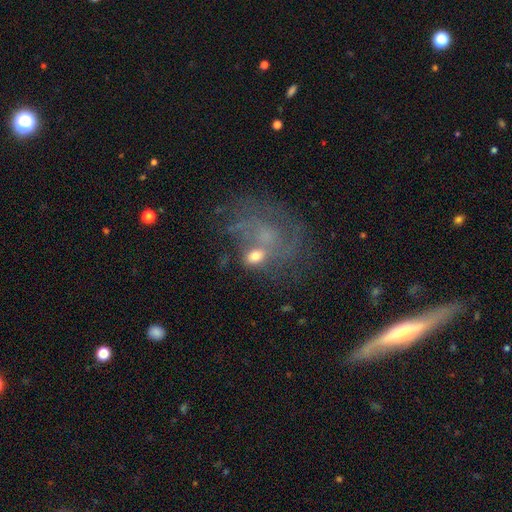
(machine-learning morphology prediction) This is marginally a smooth galaxy (45%). Merging: marginally none (34%).